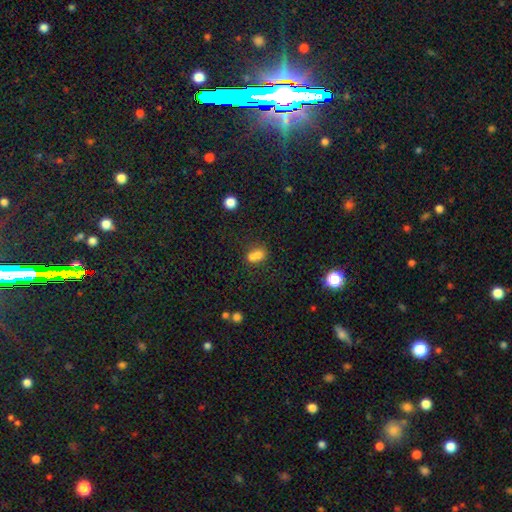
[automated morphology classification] smooth_or_featured: smooth (p=0.71) [alt: featured or disk p=0.15]
how_rounded: in between (p=0.53) [alt: round p=0.44]
merging: merger (p=0.56) [alt: none p=0.29]